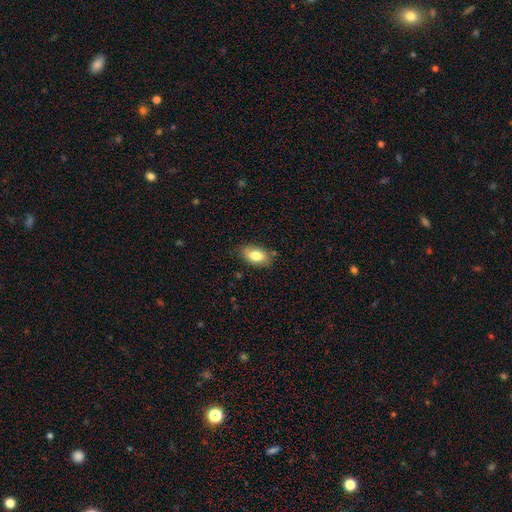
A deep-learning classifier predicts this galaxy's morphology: Overall: smooth (80%). How rounded: in between (91%). Merging: none (81%).